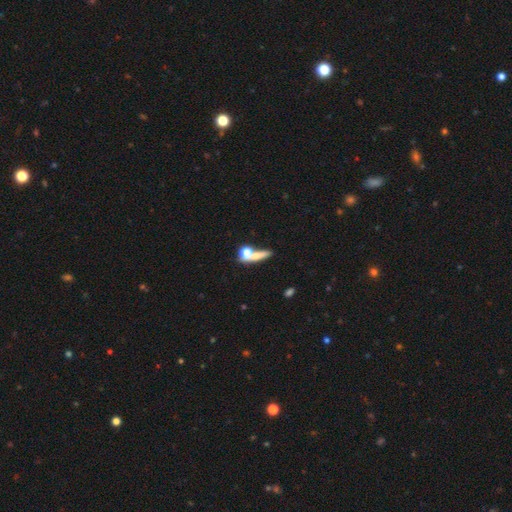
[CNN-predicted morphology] smooth 64%, featured or disk 23%, star or artifact 13%. Down the decision tree: how rounded — round (37%); merging — none (45%).